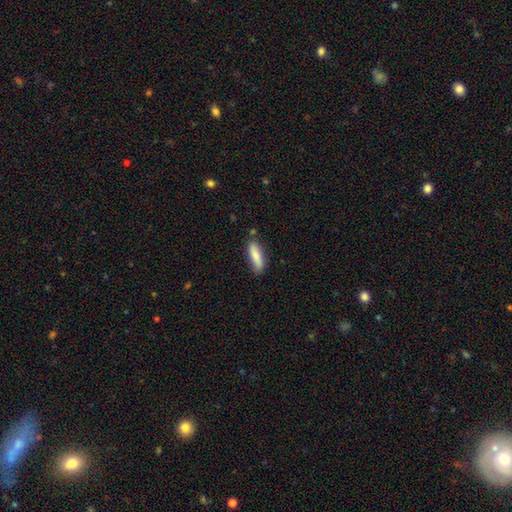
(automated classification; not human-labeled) Morphology: type=smooth (80%); roundness=cigar-shaped (62%); merging=none (77%).